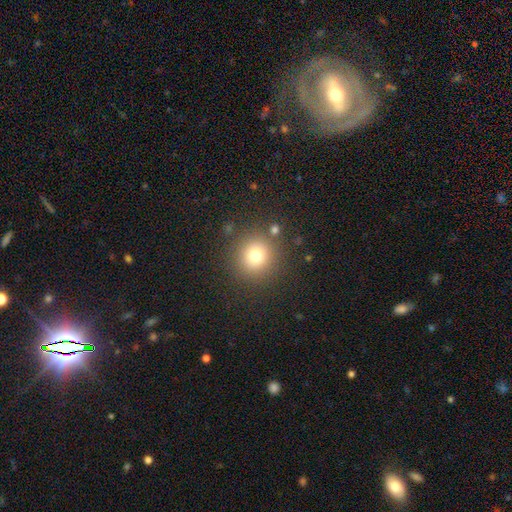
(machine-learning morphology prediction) smooth 75%, star or artifact 15%, featured or disk 10%. Down the decision tree: how rounded — round (92%); merging — none (86%).